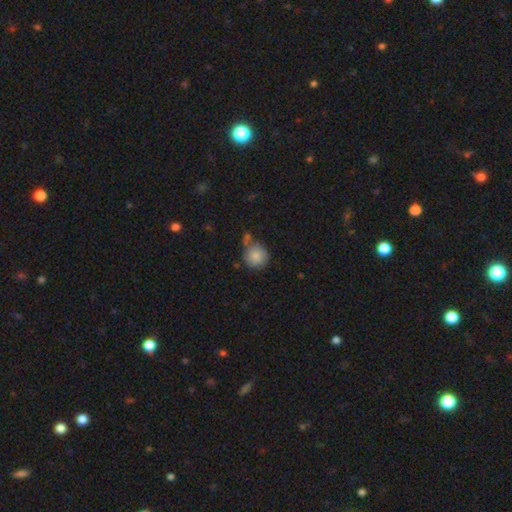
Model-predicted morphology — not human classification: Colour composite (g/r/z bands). It shows a smooth galaxy with no disk features (86%) that is round (92%). Merging: none (63%).